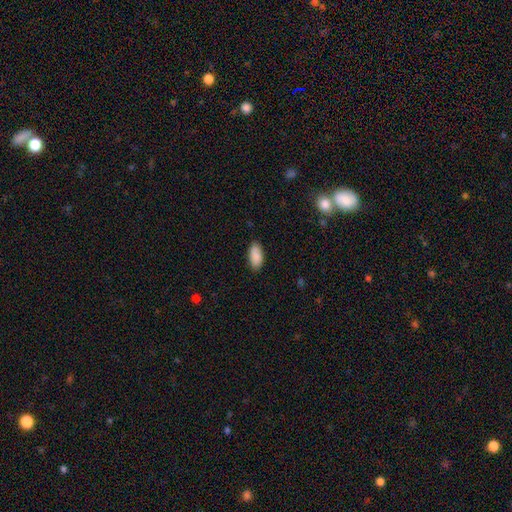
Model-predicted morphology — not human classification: smooth_or_featured: smooth (p=0.89) [alt: star or artifact p=0.06]
how_rounded: in between (p=0.91) [alt: cigar-shaped p=0.07]
merging: none (p=0.85) [alt: minor disturbance p=0.12]